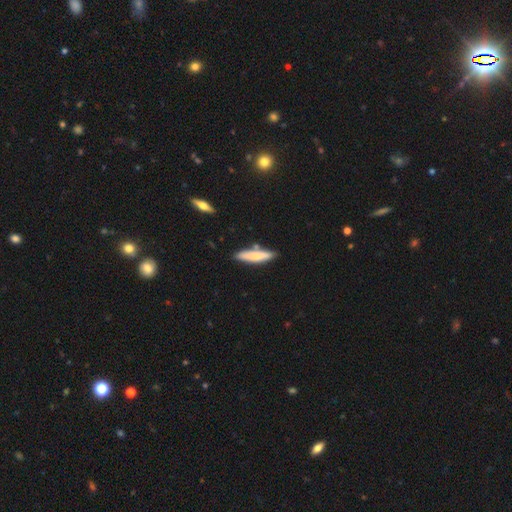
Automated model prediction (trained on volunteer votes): smooth_or_featured: smooth (p=0.73) [alt: featured or disk p=0.22]
how_rounded: cigar-shaped (p=0.83) [alt: in between p=0.15]
merging: none (p=0.79) [alt: minor disturbance p=0.12]